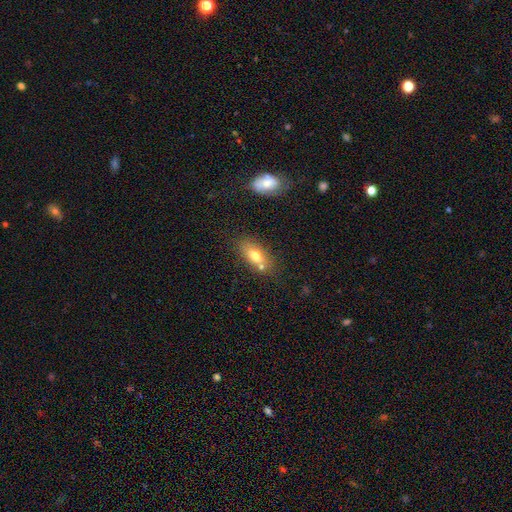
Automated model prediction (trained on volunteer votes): Smooth or featured: smooth — 71% (featured or disk — 20%)
How rounded: in between — 82% (cigar-shaped — 10%)
Merging: none — 61% (merger — 21%)